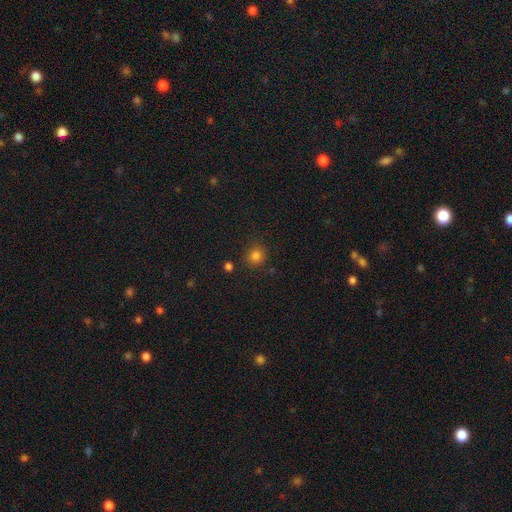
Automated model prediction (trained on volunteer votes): smooth 81%, star or artifact 14%, featured or disk 5%. Down the decision tree: how rounded — round (89%); merging — none (85%).